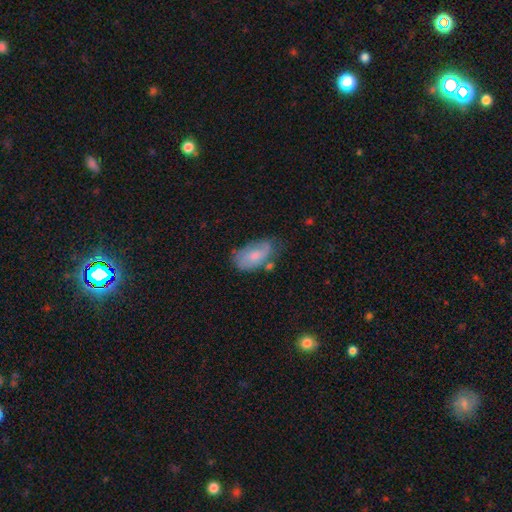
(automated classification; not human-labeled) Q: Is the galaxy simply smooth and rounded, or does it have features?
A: smooth — 58%.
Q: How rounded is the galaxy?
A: in between — 92%.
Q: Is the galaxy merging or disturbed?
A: none — 51%.